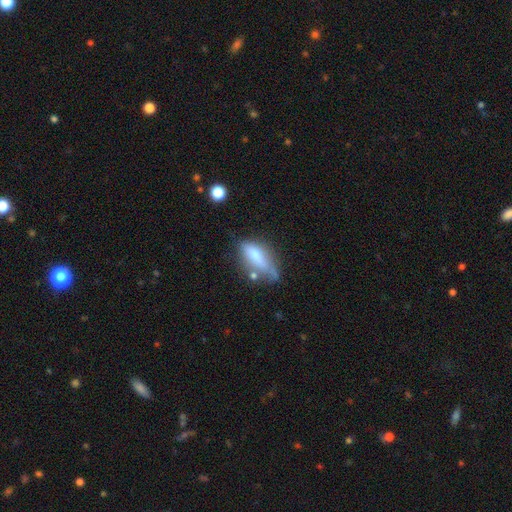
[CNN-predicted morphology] The model was most divided on "merging": none: 37%, minor disturbance: 32%, major disturbance: 19%, merger: 13%. More confident: how rounded — in between (65%); smooth or featured — smooth (61%).